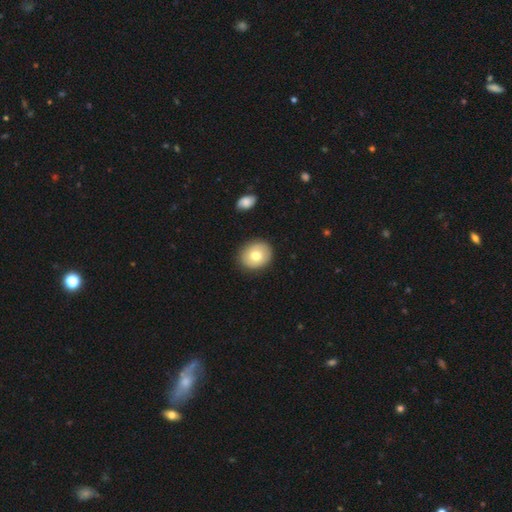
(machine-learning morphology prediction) A smooth galaxy with no disk features (74%) that is round (66%). Merging: none (87%).